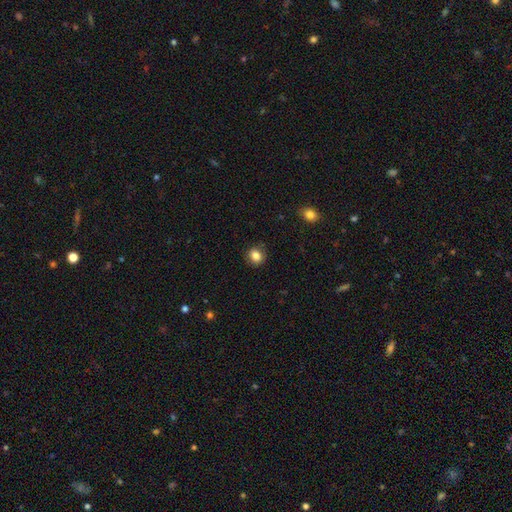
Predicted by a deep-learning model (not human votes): Smooth or featured?
  - smooth: 84% *
  - star or artifact: 10%
  - featured or disk: 6%
How rounded?
  - round: 72% *
  - in between: 27%
  - cigar-shaped: 1%
Merging?
  - none: 88% *
  - minor disturbance: 9%
  - major disturbance: 2%
  - merger: 1%